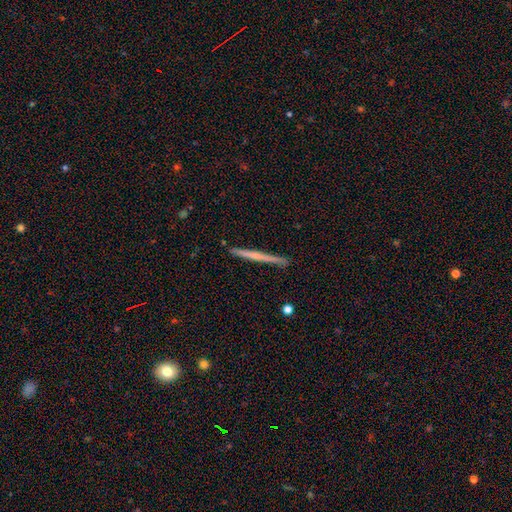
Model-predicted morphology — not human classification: This appears to be a featured or disk galaxy (55%) viewed edge-on (98%) with no central bulge (72%). Merging: none (90%).